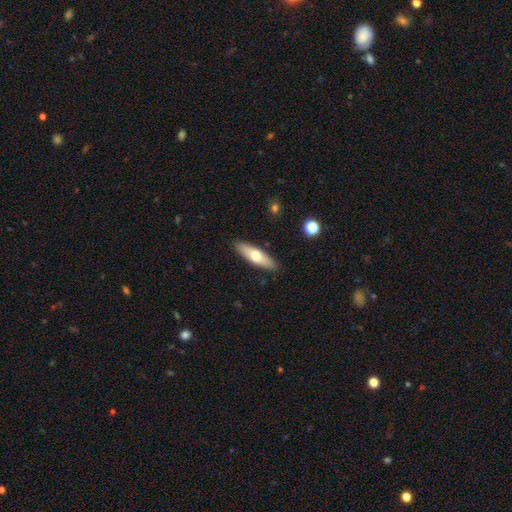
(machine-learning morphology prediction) Smooth or featured?
  - smooth: 60% *
  - featured or disk: 34%
  - star or artifact: 6%
How rounded?
  - cigar-shaped: 52% *
  - in between: 46%
  - round: 2%
Merging?
  - none: 89% *
  - minor disturbance: 8%
  - major disturbance: 2%
  - merger: 1%